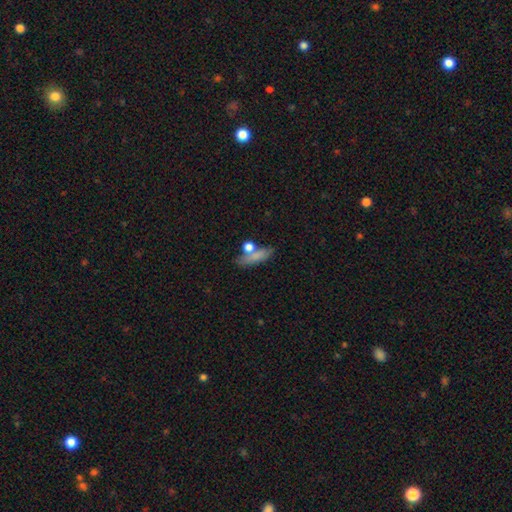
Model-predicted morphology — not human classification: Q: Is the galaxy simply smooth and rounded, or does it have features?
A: smooth — 72%.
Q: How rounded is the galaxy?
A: in between — 47%.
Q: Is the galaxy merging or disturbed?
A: none — 53%.